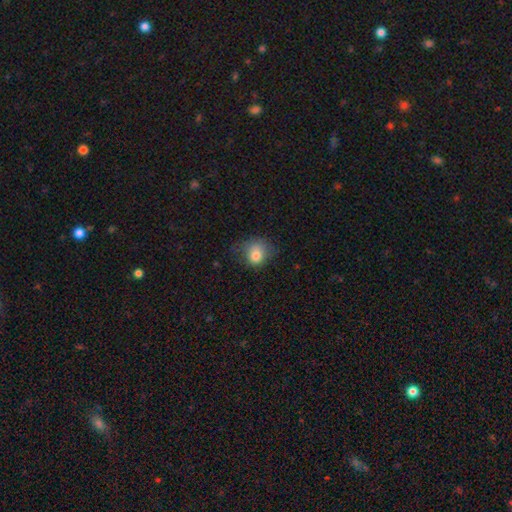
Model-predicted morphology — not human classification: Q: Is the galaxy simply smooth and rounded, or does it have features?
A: smooth — 78%.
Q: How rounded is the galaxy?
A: round — 62%.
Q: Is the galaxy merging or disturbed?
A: none — 51%.